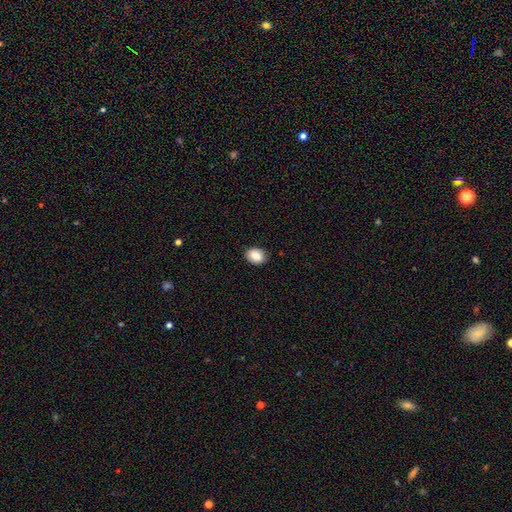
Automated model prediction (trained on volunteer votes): smooth_or_featured: smooth (p=0.86) [alt: star or artifact p=0.08]
how_rounded: in between (p=0.67) [alt: round p=0.32]
merging: none (p=0.88) [alt: minor disturbance p=0.09]